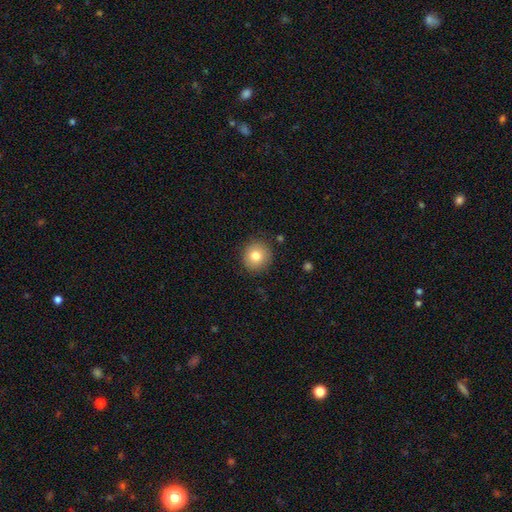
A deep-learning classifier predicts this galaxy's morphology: This is likely a smooth galaxy (80%). How rounded: clearly round (93%). Merging: clearly none (89%).